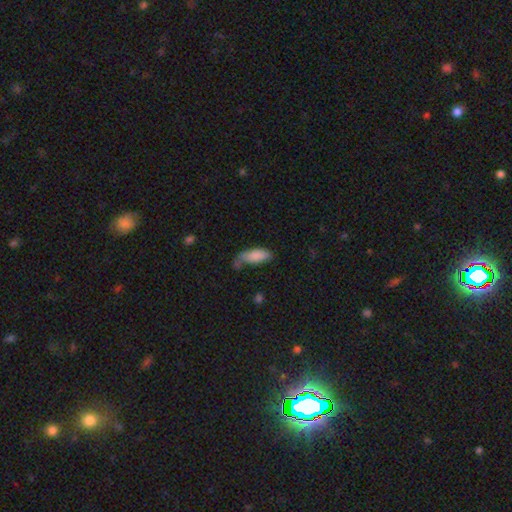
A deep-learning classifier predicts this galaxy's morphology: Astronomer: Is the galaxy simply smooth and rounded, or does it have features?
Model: smooth — 84%.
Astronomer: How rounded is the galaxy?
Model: in between — 79%.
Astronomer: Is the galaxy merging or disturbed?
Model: none — 40% (runner-up: minor disturbance, 35%).